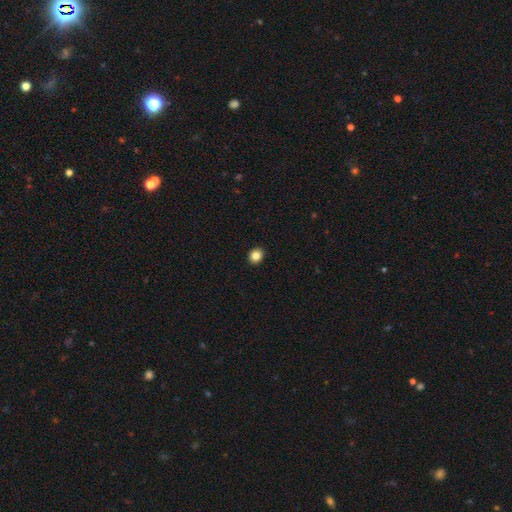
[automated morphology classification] smooth-or-featured: smooth: 84% | star or artifact: 11% | featured or disk: 5%
  how-rounded: round: 70% | in between: 29% | cigar-shaped: 1%
  merging: none: 92% | minor disturbance: 5% | major disturbance: 1% | merger: 1%